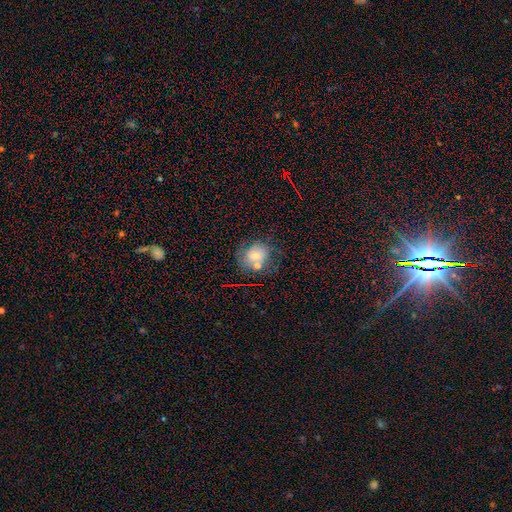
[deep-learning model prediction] A smooth galaxy with no disk features (61%) that is round (66%).

Vote fractions:
- Smooth or featured? smooth: 61% / featured or disk: 22% / star or artifact: 17%
- How rounded? round: 66% / in between: 32% / cigar-shaped: 1%
- Merging? none: 57% / minor disturbance: 20% / merger: 13% / major disturbance: 10%